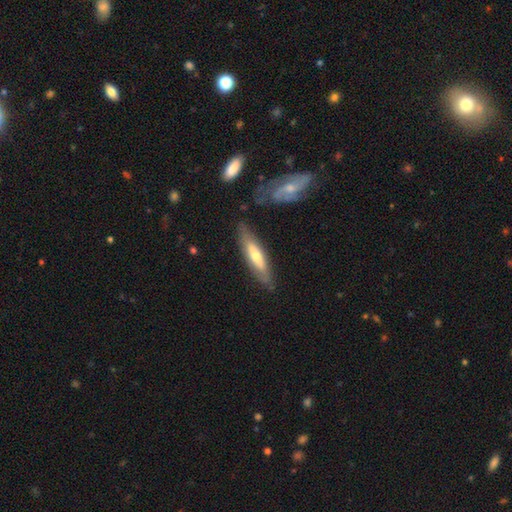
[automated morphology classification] The model was most divided on "smooth or featured": featured or disk: 49%, smooth: 45%, star or artifact: 5%. More confident: merging — none (78%).